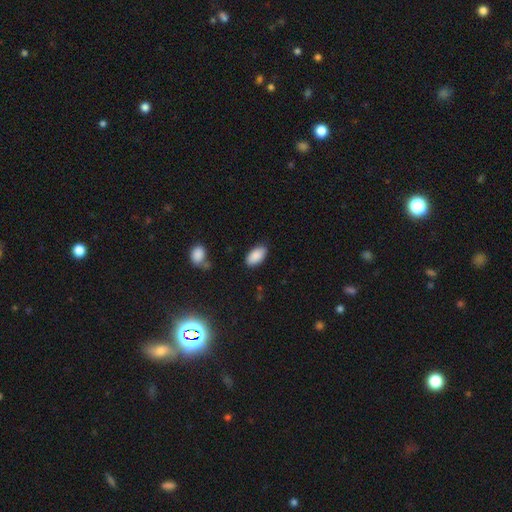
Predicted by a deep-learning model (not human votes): Overall: smooth (89%). How rounded: in between (94%). Merging: none (84%).